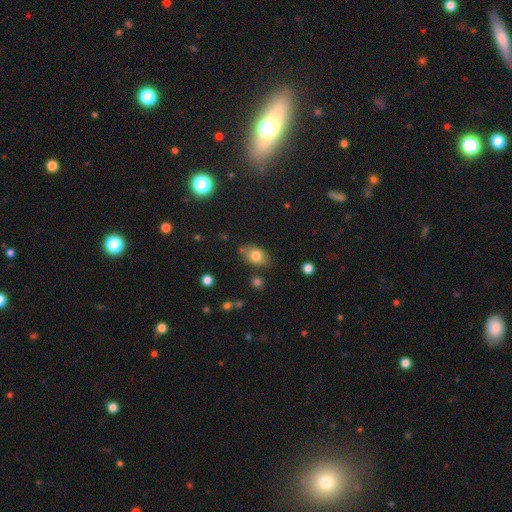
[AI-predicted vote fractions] This appears to be a smooth galaxy with no disk features (77%) that is in between round and cigar-shaped (83%). Merging: none (75%).